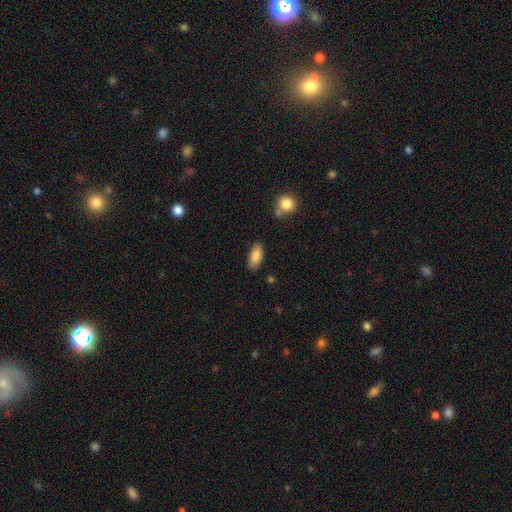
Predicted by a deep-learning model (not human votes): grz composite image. It shows a smooth galaxy with no disk features (86%) that is in between round and cigar-shaped (85%). Merging: none (80%).